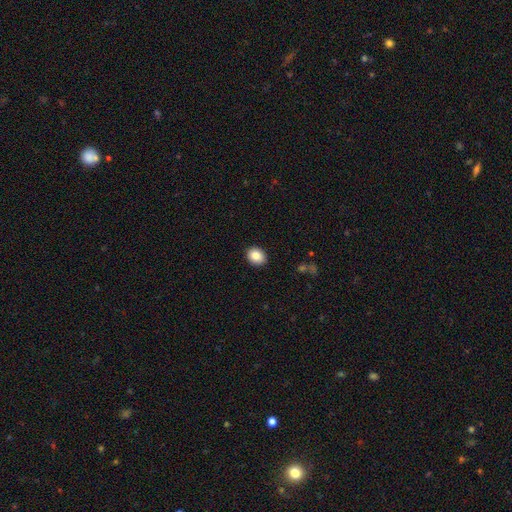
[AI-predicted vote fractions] A smooth galaxy with no disk features (86%) that is round (53%).

Vote fractions:
- Smooth or featured? smooth: 86% / star or artifact: 8% / featured or disk: 6%
- How rounded? round: 53% / in between: 46% / cigar-shaped: 1%
- Merging? none: 90% / minor disturbance: 7% / major disturbance: 2% / merger: 1%